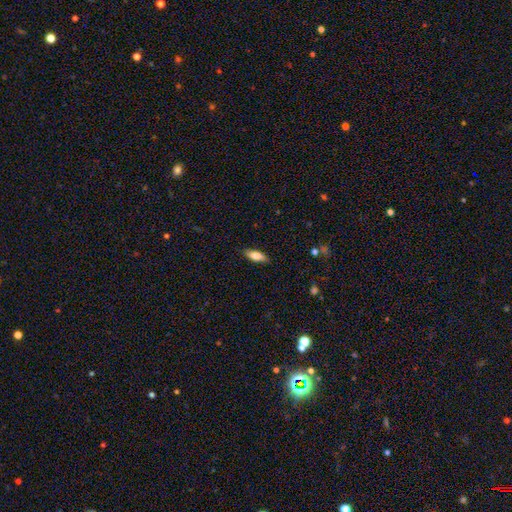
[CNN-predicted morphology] smooth 77%, featured or disk 16%, star or artifact 6%. Down the decision tree: how rounded — in between (70%); merging — none (86%).